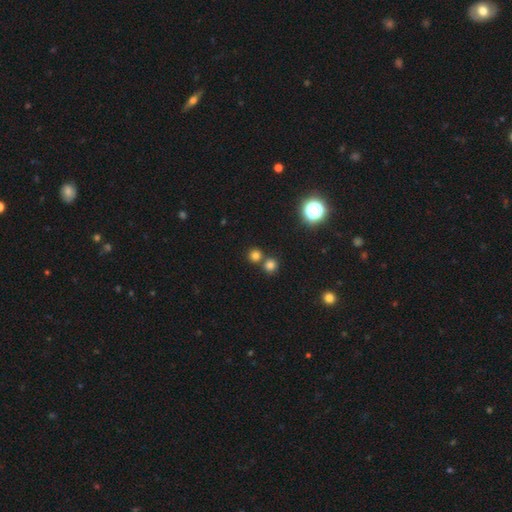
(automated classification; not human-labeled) Overall: smooth (76%). How rounded: round (90%). Merging: none (65%; merger 27%).